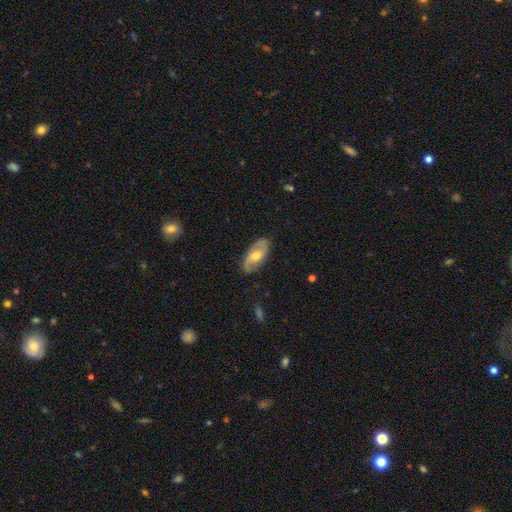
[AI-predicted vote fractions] This is possibly a featured or disk galaxy (56%). It is clearly not viewed edge-on (90%). Bar: possibly no (57%). Spiral arm pattern: likely yes (79%). Central bulge: likely moderate (65%). Merging: clearly none (81%).